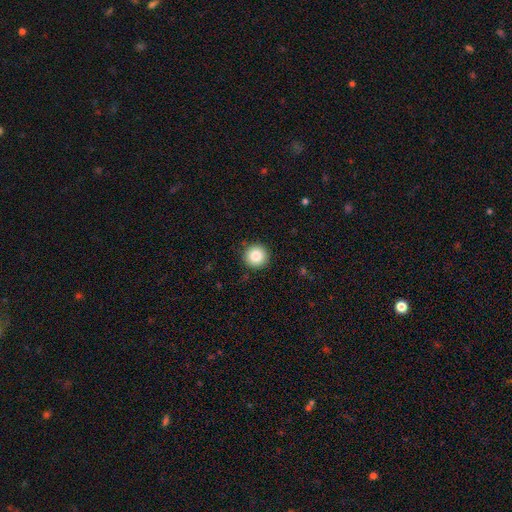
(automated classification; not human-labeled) Smooth or featured? Predicted: smooth (p=0.85). How rounded? Predicted: round (p=0.96). Merging? Predicted: none (p=0.91).